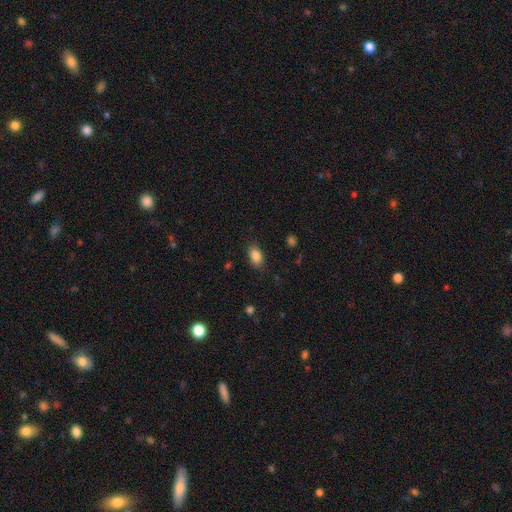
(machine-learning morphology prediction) This is clearly a smooth galaxy (86%). How rounded: clearly in between (88%). Merging: clearly none (85%).